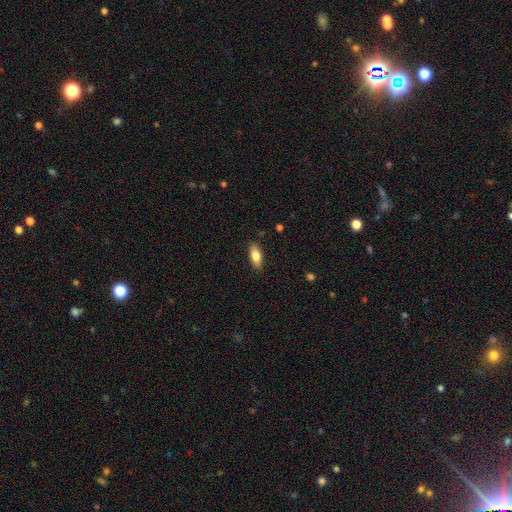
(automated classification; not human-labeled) smooth-or-featured: smooth: 79% | featured or disk: 14% | star or artifact: 7%
  how-rounded: in between: 82% | cigar-shaped: 15% | round: 3%
  merging: none: 86% | minor disturbance: 11% | major disturbance: 2% | merger: 1%